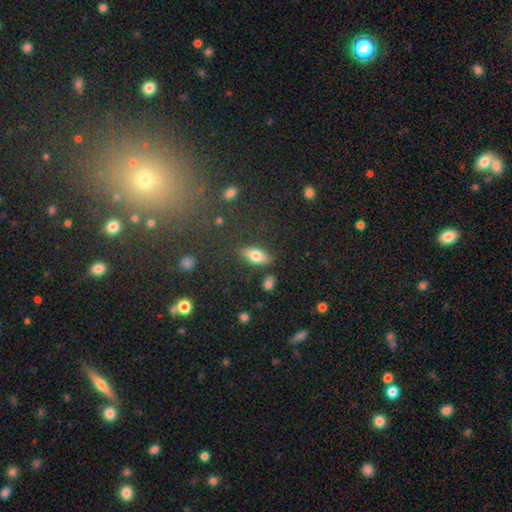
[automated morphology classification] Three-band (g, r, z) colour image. It shows a smooth galaxy with no disk features (76%) that is in between round and cigar-shaped (83%). Merging: none (79%).